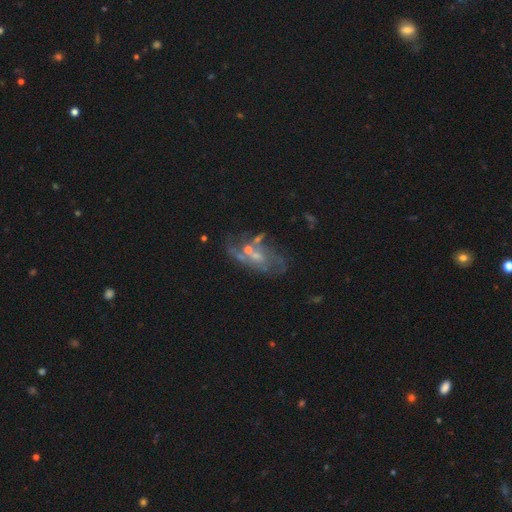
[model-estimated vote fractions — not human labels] Smooth or featured?
  - featured or disk: 67% *
  - smooth: 18%
  - star or artifact: 15%
Edge-on disk?
  - no: 92% *
  - yes: 8%
Bar?
  - no: 67% *
  - weak: 27%
  - strong: 6%
Spiral arms?
  - yes: 63% *
  - no: 37%
Bulge size?
  - small: 58% *
  - moderate: 27%
  - none: 12%
  - large: 2%
  - dominant: 1%
Merging?
  - none: 49% *
  - minor disturbance: 18%
  - major disturbance: 17%
  - merger: 16%